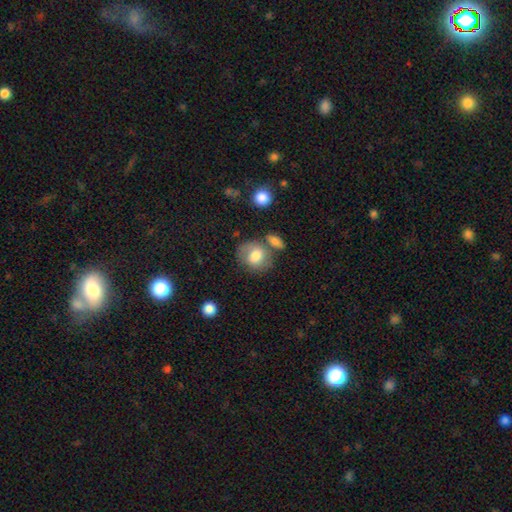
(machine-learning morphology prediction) Smooth or featured? smooth (73%)
How rounded? round (59%)
Merging? none (57%)